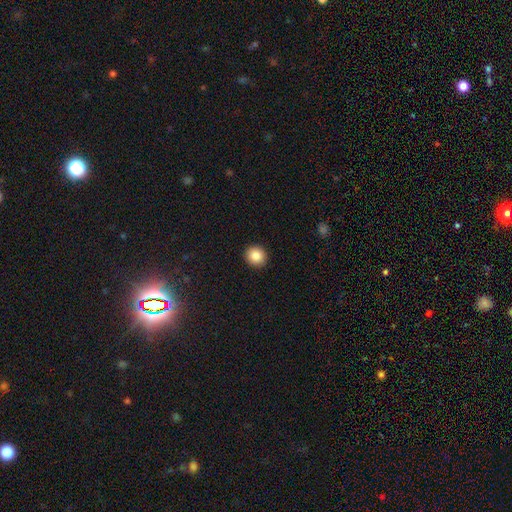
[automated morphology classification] Q: Smooth or featured?
A: smooth (86%); runner-up: star or artifact (9%)
Q: How rounded?
A: round (88%); runner-up: in between (11%)
Q: Merging?
A: none (93%); runner-up: minor disturbance (5%)